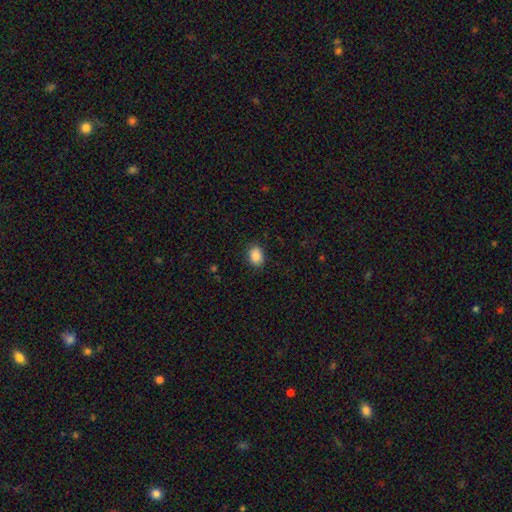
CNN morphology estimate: Smooth or featured?
  - smooth: 88% *
  - star or artifact: 8%
  - featured or disk: 4%
How rounded?
  - in between: 71% *
  - round: 28%
  - cigar-shaped: 1%
Merging?
  - none: 85% *
  - minor disturbance: 11%
  - major disturbance: 3%
  - merger: 1%